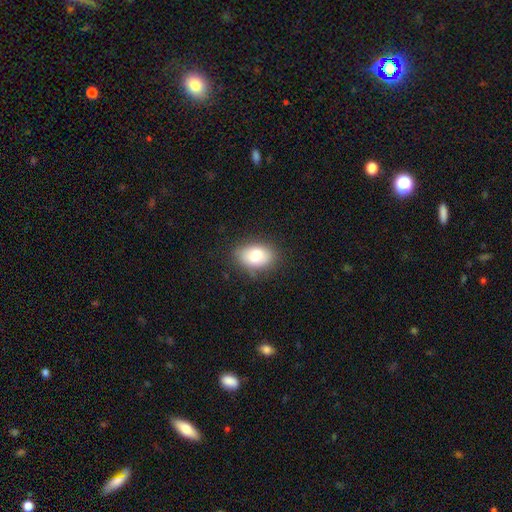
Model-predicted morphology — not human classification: smooth 78%, featured or disk 14%, star or artifact 9%. Down the decision tree: how rounded — in between (81%); merging — none (79%).